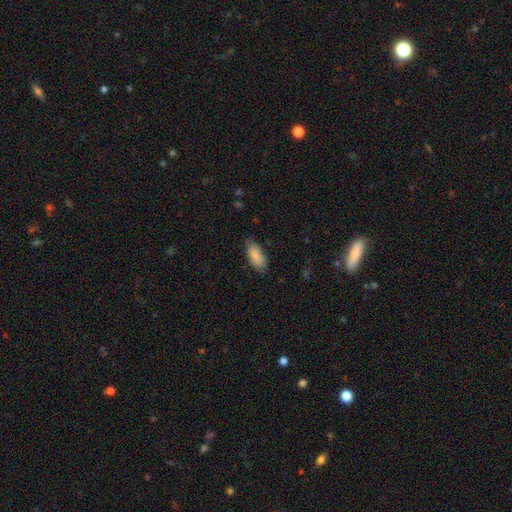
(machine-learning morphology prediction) Smooth or featured: smooth — 87% (featured or disk — 7%)
How rounded: in between — 86% (cigar-shaped — 12%)
Merging: none — 76% (minor disturbance — 20%)